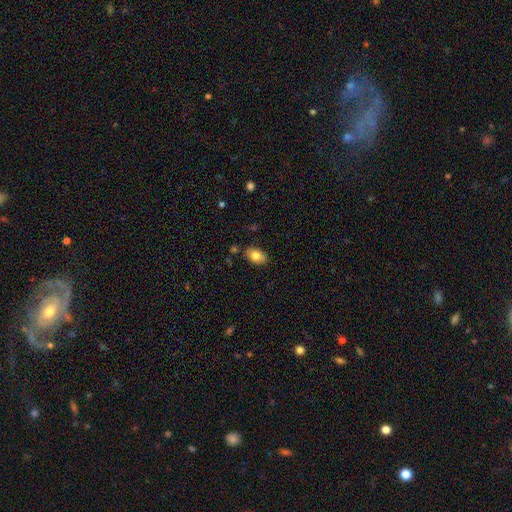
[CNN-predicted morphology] A smooth galaxy with no disk features (81%) that is in between round and cigar-shaped (88%).

Vote fractions:
- Smooth or featured? smooth: 81% / featured or disk: 11% / star or artifact: 8%
- How rounded? in between: 88% / round: 11% / cigar-shaped: 2%
- Merging? none: 82% / minor disturbance: 13% / merger: 3% / major disturbance: 3%